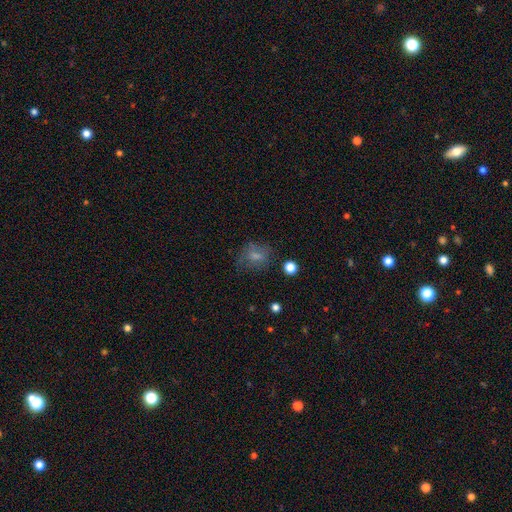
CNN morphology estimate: The model was most divided on "how rounded": in between: 51%, round: 47%, cigar-shaped: 2%. More confident: smooth or featured — smooth (68%); merging — none (56%).